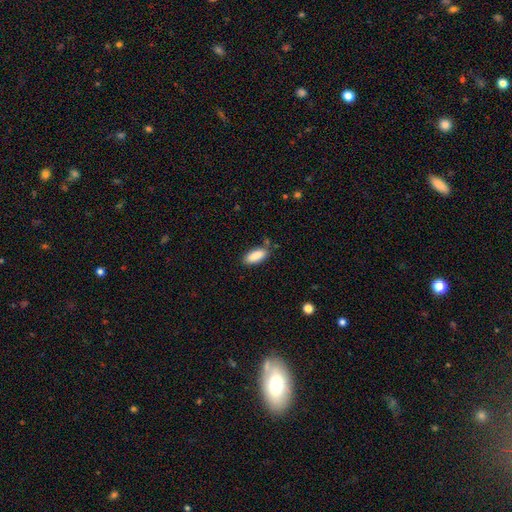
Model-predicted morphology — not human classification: This appears to be a smooth galaxy with no disk features (89%) that is in between round and cigar-shaped (82%). Merging: none (78%).